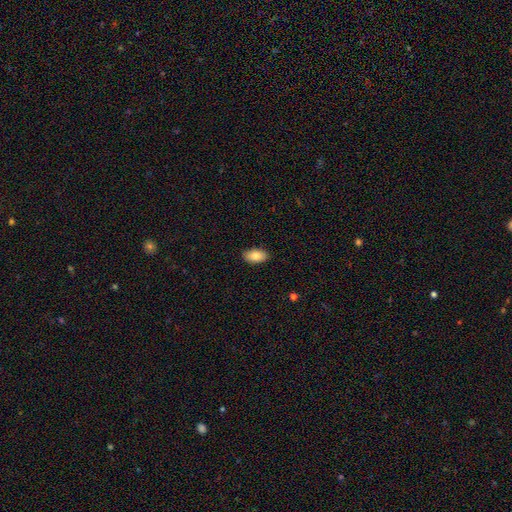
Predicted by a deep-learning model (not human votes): Smooth or featured?
  - smooth: 84% *
  - featured or disk: 9%
  - star or artifact: 7%
How rounded?
  - in between: 94% *
  - round: 4%
  - cigar-shaped: 2%
Merging?
  - none: 88% *
  - minor disturbance: 9%
  - major disturbance: 2%
  - merger: 1%